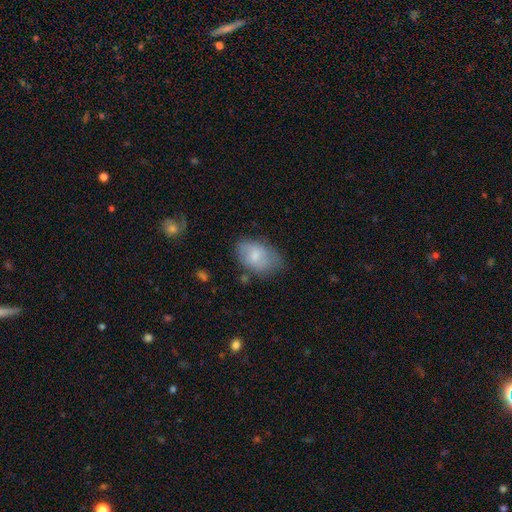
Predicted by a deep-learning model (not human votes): smooth 70%, featured or disk 22%, star or artifact 7%. Down the decision tree: how rounded — in between (89%); merging — none (57%).